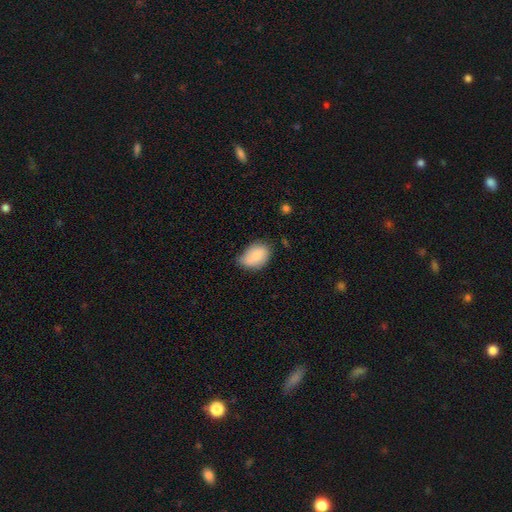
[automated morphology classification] type=smooth (80%); roundness=in between (85%); merging=none (55%).